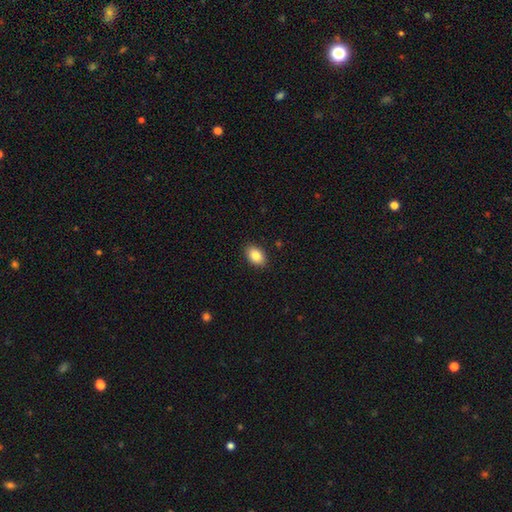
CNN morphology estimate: Overall: smooth (85%). How rounded: in between (85%). Merging: none (89%).